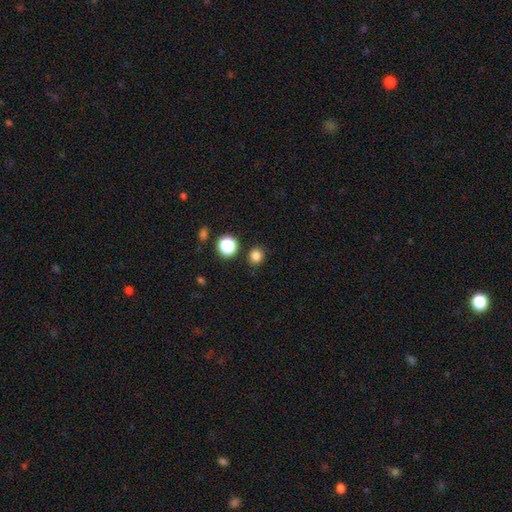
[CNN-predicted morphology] Overall: smooth (82%). How rounded: round (83%). Merging: none (87%).